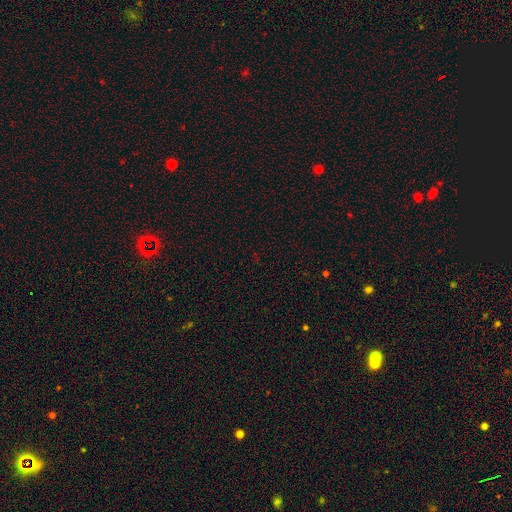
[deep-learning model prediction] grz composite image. It shows a star or artifact, not a galaxy (72%).